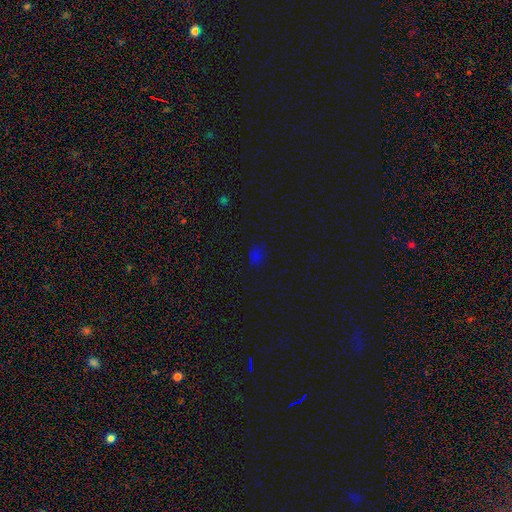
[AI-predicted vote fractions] Smooth or featured? Predicted: smooth (p=0.61). How rounded? Predicted: in between (p=0.54). Merging? Predicted: none (p=0.77).